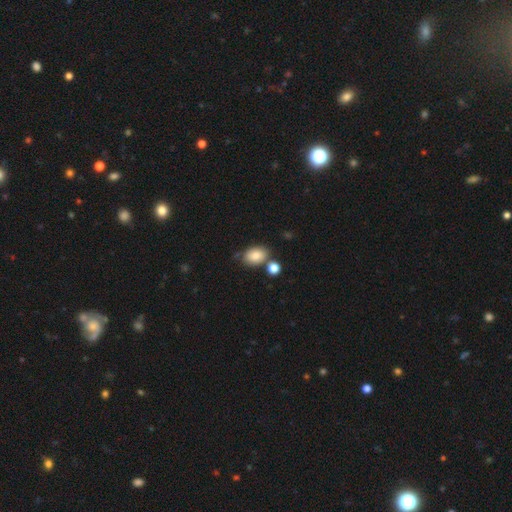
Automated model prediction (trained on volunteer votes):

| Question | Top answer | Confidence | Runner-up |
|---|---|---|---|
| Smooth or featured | smooth | 82% | featured or disk (9%) |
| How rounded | in between | 79% | round (20%) |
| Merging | none | 68% | minor disturbance (14%) |